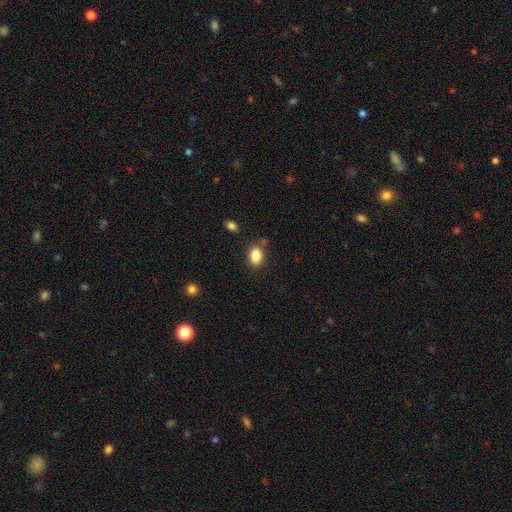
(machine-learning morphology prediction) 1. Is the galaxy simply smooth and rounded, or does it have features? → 86% smooth, 9% star or artifact, 5% featured or disk.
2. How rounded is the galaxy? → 77% in between, 22% round, 1% cigar-shaped.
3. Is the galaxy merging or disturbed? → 79% none, 13% minor disturbance, 5% merger, 3% major disturbance.